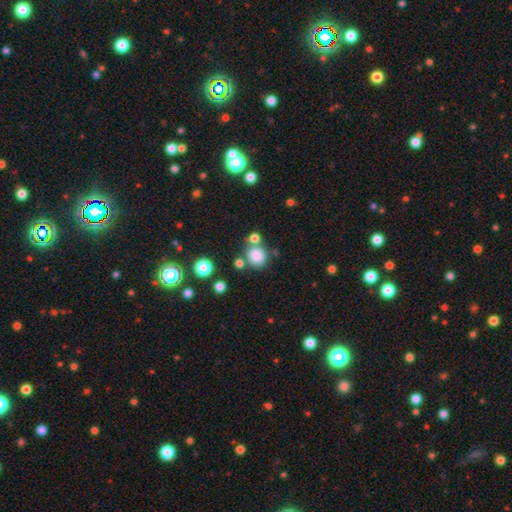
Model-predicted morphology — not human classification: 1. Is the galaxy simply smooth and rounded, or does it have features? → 82% smooth, 12% star or artifact, 6% featured or disk.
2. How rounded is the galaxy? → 80% round, 19% in between, 1% cigar-shaped.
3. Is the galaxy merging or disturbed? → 65% none, 19% merger, 11% minor disturbance, 5% major disturbance.